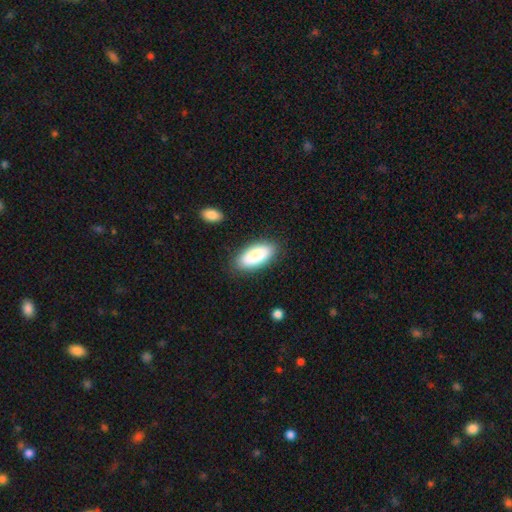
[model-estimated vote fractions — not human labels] Smooth or featured: smooth — 87% (featured or disk — 7%)
How rounded: in between — 83% (cigar-shaped — 15%)
Merging: none — 85% (minor disturbance — 11%)